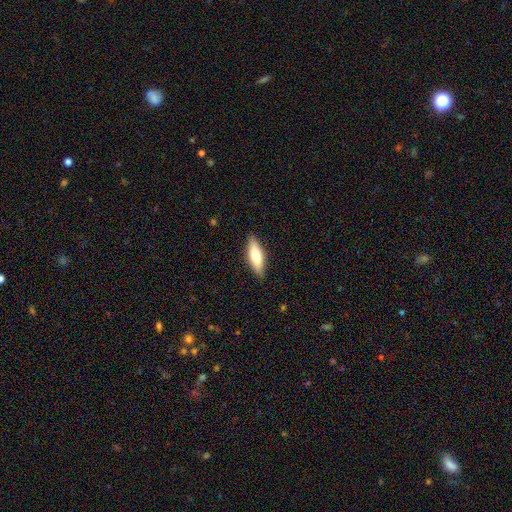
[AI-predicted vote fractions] Smooth or featured? Predicted: smooth (p=0.70). How rounded? Predicted: in between (p=0.57). Merging? Predicted: none (p=0.88).